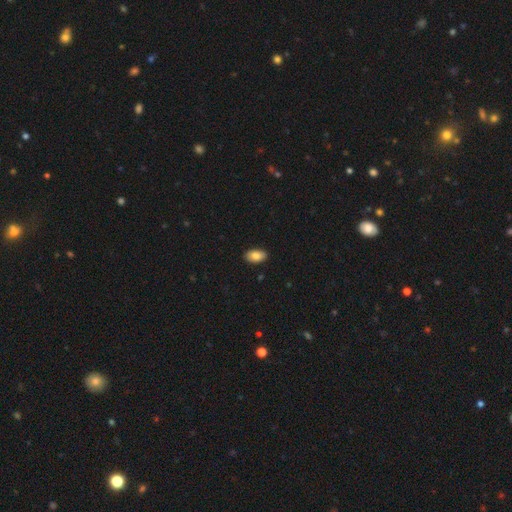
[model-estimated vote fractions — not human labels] Overall: smooth (84%). How rounded: in between (94%). Merging: none (88%).